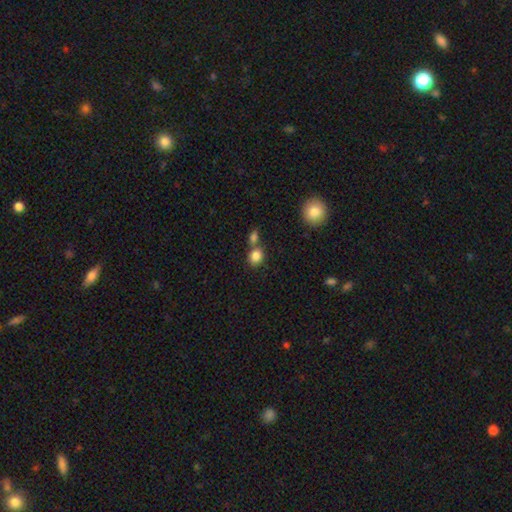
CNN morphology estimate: Smooth or featured: smooth — 85% (star or artifact — 9%)
How rounded: round — 57% (in between — 42%)
Merging: none — 52% (merger — 34%)